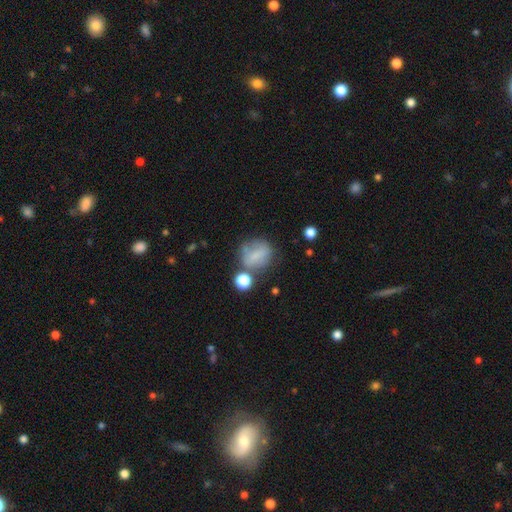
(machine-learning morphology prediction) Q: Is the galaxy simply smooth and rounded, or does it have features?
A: smooth — 64%.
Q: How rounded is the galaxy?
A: round — 63%.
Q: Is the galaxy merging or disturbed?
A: none — 49%.